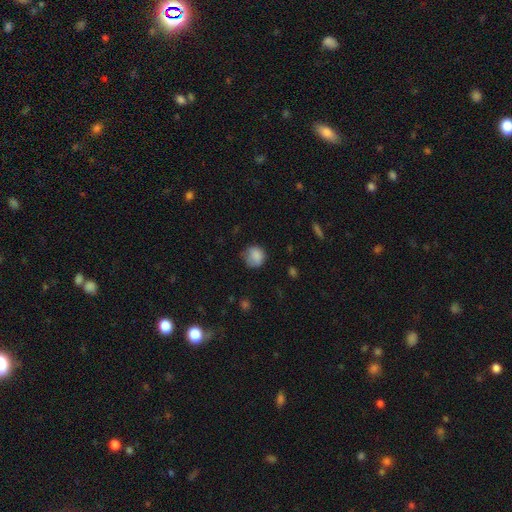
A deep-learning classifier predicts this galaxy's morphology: Smooth or featured?
  - smooth: 85% *
  - star or artifact: 9%
  - featured or disk: 7%
How rounded?
  - round: 82% *
  - in between: 17%
  - cigar-shaped: 1%
Merging?
  - none: 63% *
  - minor disturbance: 27%
  - major disturbance: 8%
  - merger: 2%